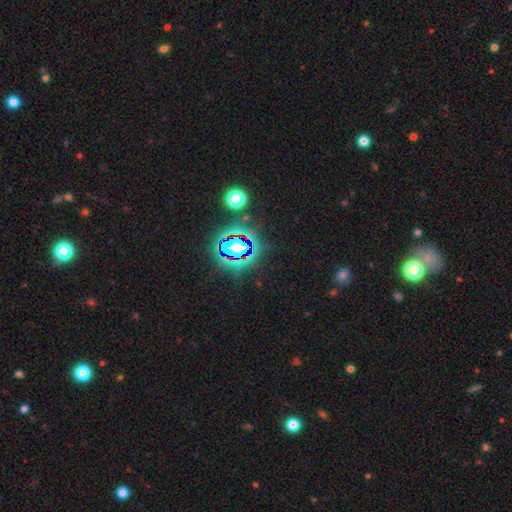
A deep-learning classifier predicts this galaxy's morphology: type=star or artifact (80%).